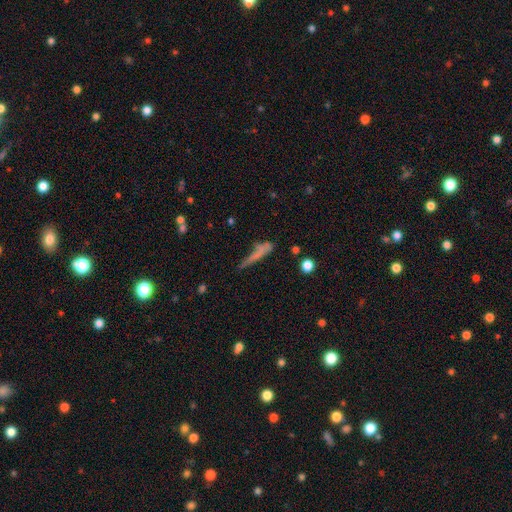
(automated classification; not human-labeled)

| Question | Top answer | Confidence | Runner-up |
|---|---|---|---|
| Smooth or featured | smooth | 57% | featured or disk (30%) |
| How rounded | cigar-shaped | 87% | in between (10%) |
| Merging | none | 53% | minor disturbance (26%) |